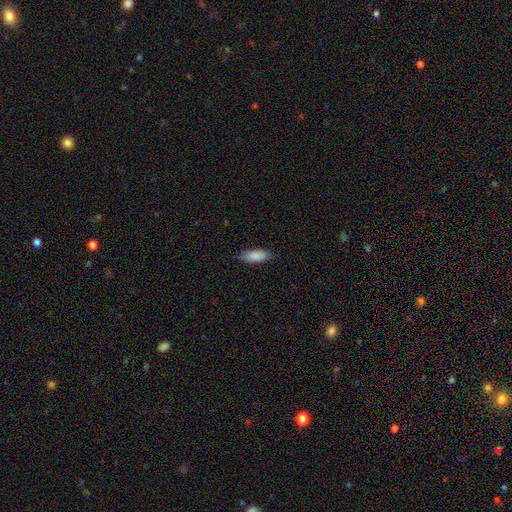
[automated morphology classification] Smooth or featured? smooth (88%)
How rounded? in between (73%)
Merging? none (86%)